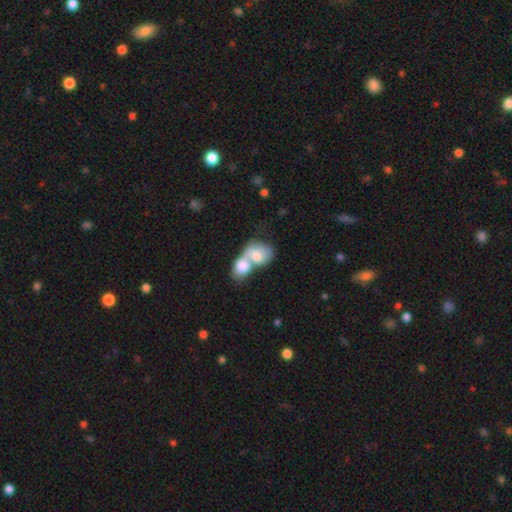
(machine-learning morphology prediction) Overall: smooth (68%). How rounded: in between (61%; round 37%). Merging: merger (83%).